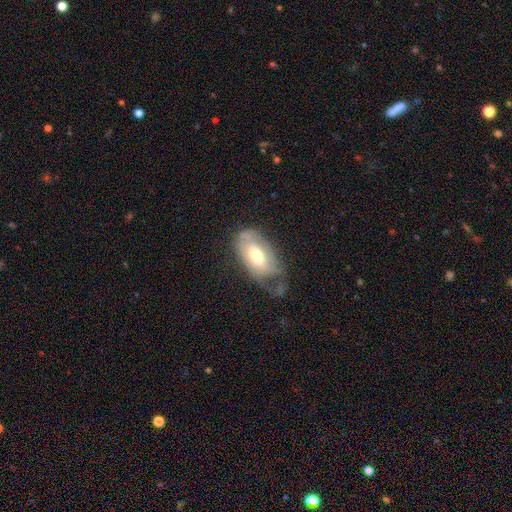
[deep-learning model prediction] smooth_or_featured: smooth (p=0.53) [alt: featured or disk p=0.40]
how_rounded: in between (p=0.93) [alt: round p=0.04]
merging: none (p=0.38) [alt: minor disturbance p=0.34]